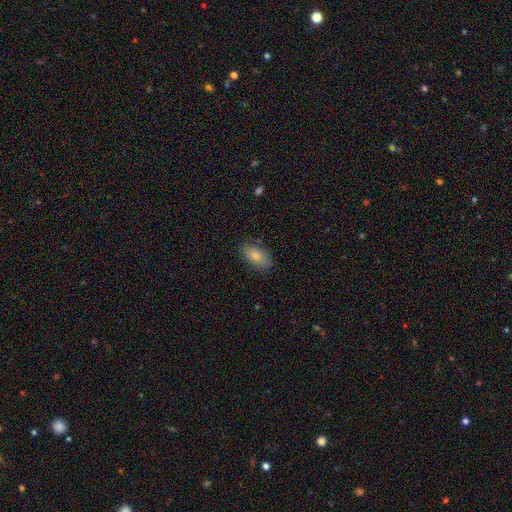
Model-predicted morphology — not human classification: smooth 81%, featured or disk 12%, star or artifact 7%. Down the decision tree: how rounded — in between (92%); merging — none (84%).